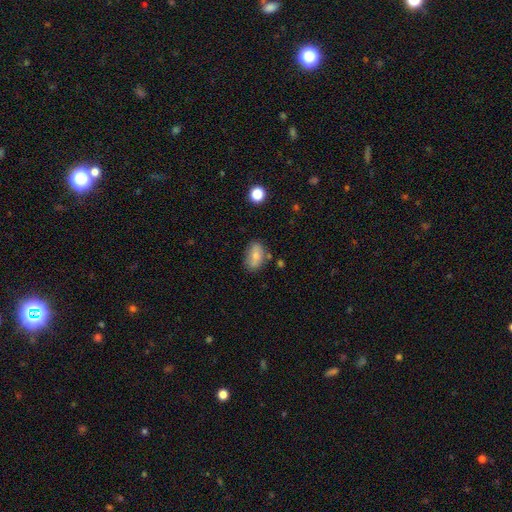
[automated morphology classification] type=smooth (74%); roundness=in between (87%); merging=none (72%).